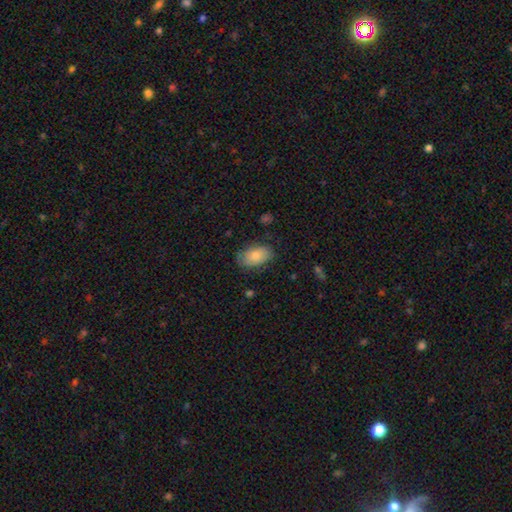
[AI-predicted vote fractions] Smooth or featured? Predicted: smooth (p=0.80). How rounded? Predicted: in between (p=0.91). Merging? Predicted: none (p=0.76).